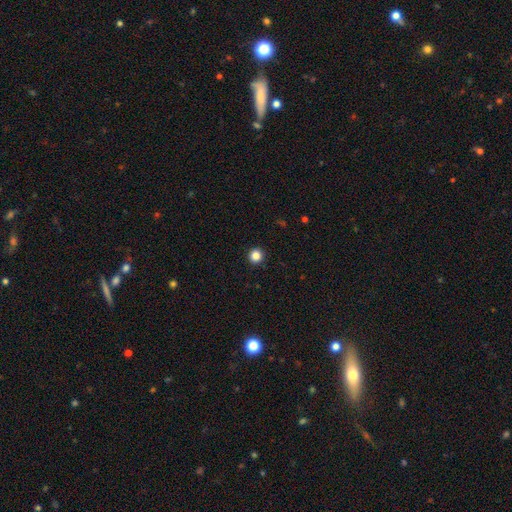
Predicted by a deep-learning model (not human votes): This is clearly a smooth galaxy (85%). How rounded: clearly round (95%). Merging: clearly none (94%).